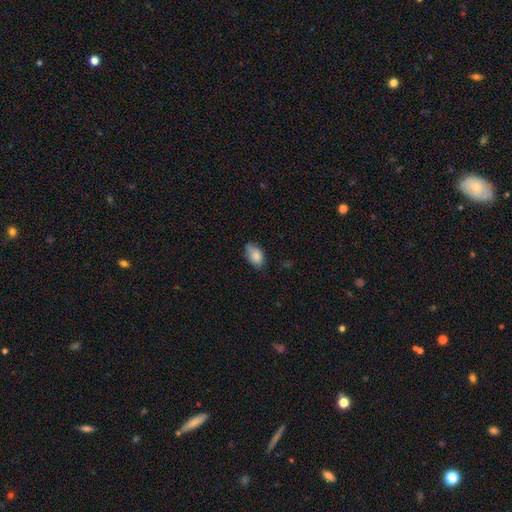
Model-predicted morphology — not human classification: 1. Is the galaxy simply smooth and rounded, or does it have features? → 85% smooth, 8% featured or disk, 7% star or artifact.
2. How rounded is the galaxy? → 90% in between, 8% round, 2% cigar-shaped.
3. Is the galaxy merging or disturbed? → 62% none, 31% minor disturbance, 5% major disturbance, 1% merger.